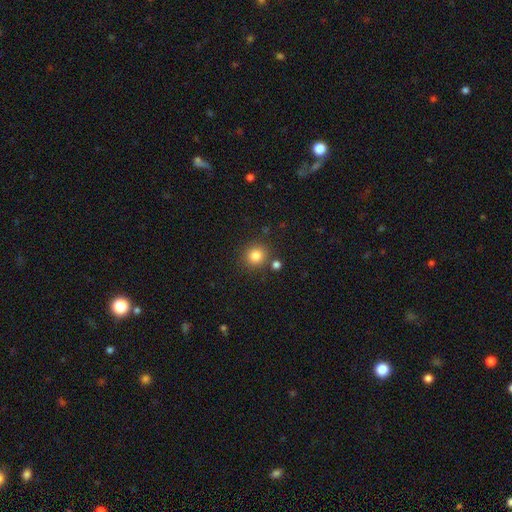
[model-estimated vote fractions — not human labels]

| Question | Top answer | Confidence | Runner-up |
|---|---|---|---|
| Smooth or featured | smooth | 83% | star or artifact (12%) |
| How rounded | round | 90% | in between (9%) |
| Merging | none | 83% | minor disturbance (8%) |